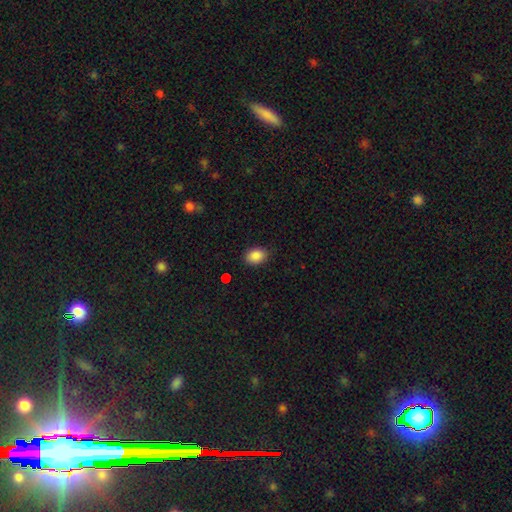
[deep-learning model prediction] Smooth or featured: smooth — 87% (star or artifact — 9%)
How rounded: in between — 72% (round — 27%)
Merging: none — 85% (minor disturbance — 11%)